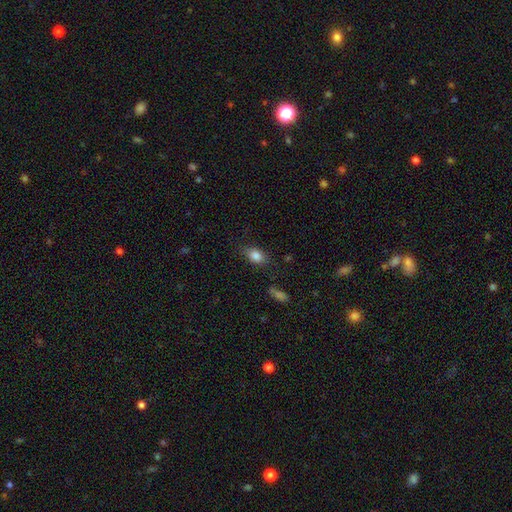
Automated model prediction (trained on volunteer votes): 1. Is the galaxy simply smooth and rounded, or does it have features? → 84% smooth, 9% star or artifact, 7% featured or disk.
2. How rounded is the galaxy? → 81% in between, 16% round, 3% cigar-shaped.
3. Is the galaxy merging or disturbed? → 78% none, 16% minor disturbance, 4% major disturbance, 2% merger.